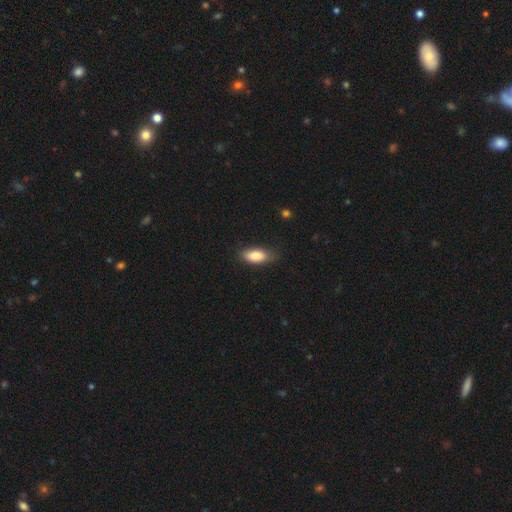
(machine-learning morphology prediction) A smooth galaxy with no disk features (83%) that is in between round and cigar-shaped (84%).

Vote fractions:
- Smooth or featured? smooth: 83% / featured or disk: 10% / star or artifact: 7%
- How rounded? in between: 84% / cigar-shaped: 14% / round: 3%
- Merging? none: 74% / minor disturbance: 21% / major disturbance: 4% / merger: 1%